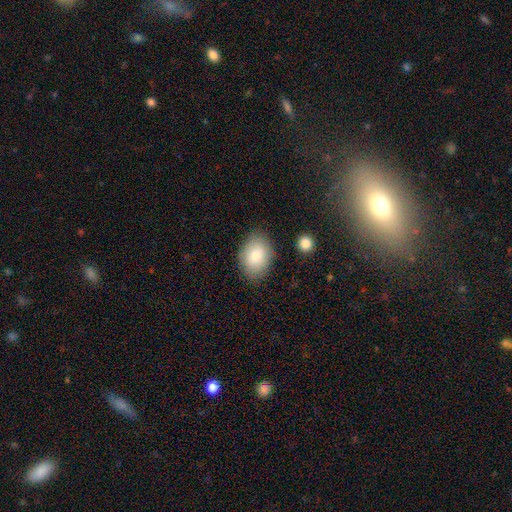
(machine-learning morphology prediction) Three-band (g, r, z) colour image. It shows a smooth galaxy with no disk features (84%) that is in between round and cigar-shaped (84%). Merging: none (82%).